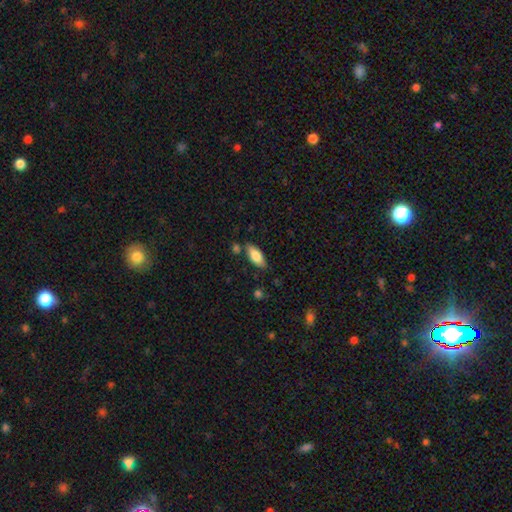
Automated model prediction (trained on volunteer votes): smooth-or-featured: smooth: 80% | featured or disk: 14% | star or artifact: 6%
  how-rounded: in between: 79% | cigar-shaped: 19% | round: 2%
  merging: none: 77% | minor disturbance: 15% | merger: 6% | major disturbance: 3%